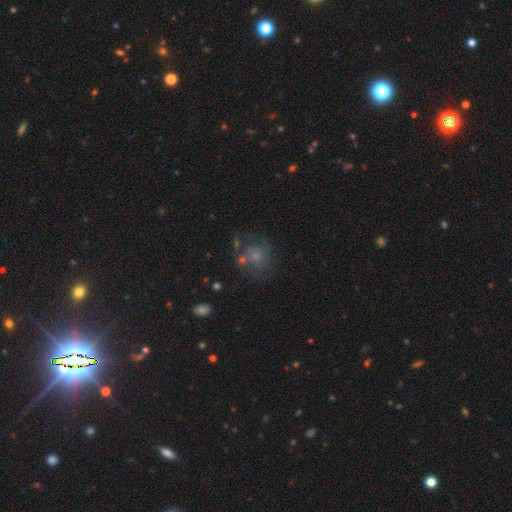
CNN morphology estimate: Smooth or featured?
  - smooth: 47% *
  - featured or disk: 38%
  - star or artifact: 15%
Merging?
  - none: 50% *
  - minor disturbance: 19%
  - major disturbance: 18%
  - merger: 12%